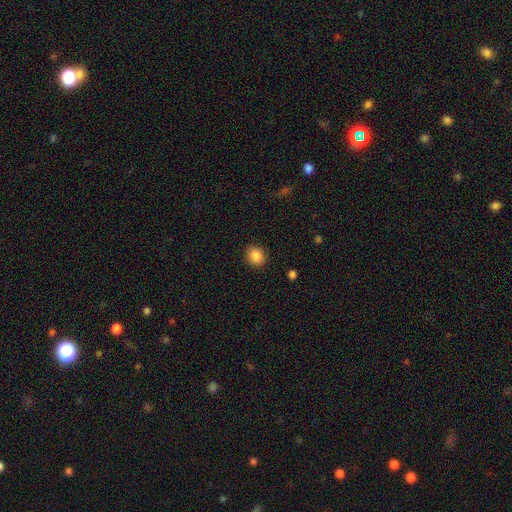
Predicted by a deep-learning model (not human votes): Overall: smooth (87%). How rounded: round (77%). Merging: none (90%).